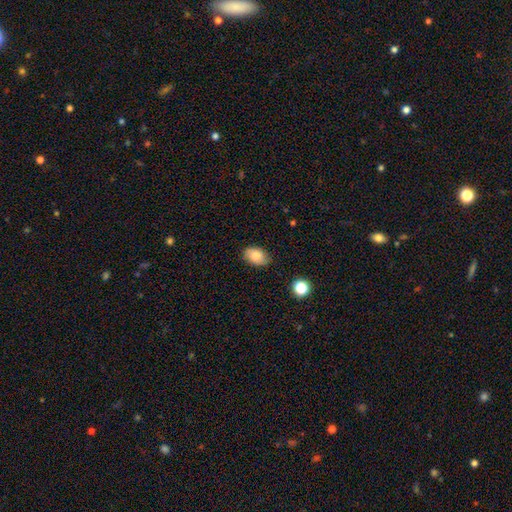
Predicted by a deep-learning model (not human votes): Smooth or featured?
  - smooth: 75% *
  - featured or disk: 16%
  - star or artifact: 9%
How rounded?
  - in between: 87% *
  - round: 12%
  - cigar-shaped: 1%
Merging?
  - none: 80% *
  - minor disturbance: 15%
  - major disturbance: 3%
  - merger: 1%